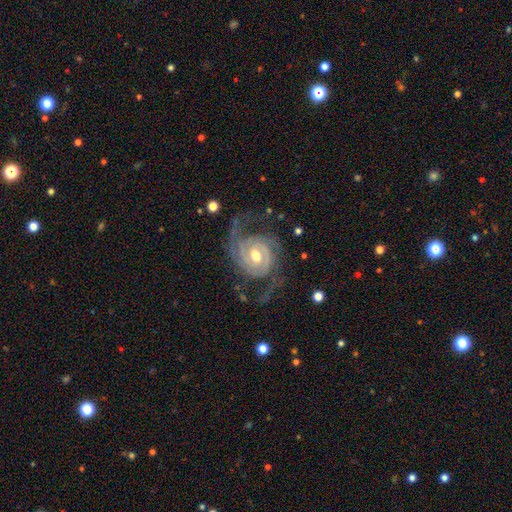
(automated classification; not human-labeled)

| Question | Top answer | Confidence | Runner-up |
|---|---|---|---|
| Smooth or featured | featured or disk | 91% | smooth (5%) |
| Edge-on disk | no | 97% | yes (3%) |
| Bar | no | 51% | weak (38%) |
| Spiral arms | yes | 97% | no (3%) |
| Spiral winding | tight | 49% | medium (37%) |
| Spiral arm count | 2 | 56% | 3 (18%) |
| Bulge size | moderate | 74% | small (16%) |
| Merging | none | 61% | major disturbance (19%) |